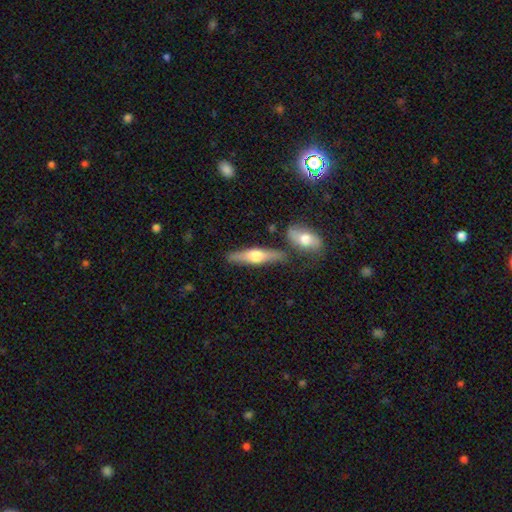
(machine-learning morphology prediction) The model was most divided on "smooth or featured": featured or disk: 57%, smooth: 37%, star or artifact: 5%. More confident: edge-on disk — yes (93%); edge-on bulge — rounded (92%); merging — none (77%).